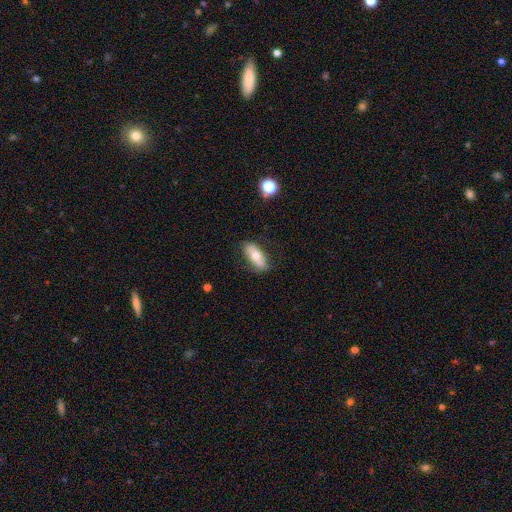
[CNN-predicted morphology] Smooth or featured?
  - smooth: 63% *
  - featured or disk: 30%
  - star or artifact: 7%
How rounded?
  - in between: 80% *
  - cigar-shaped: 17%
  - round: 3%
Merging?
  - none: 79% *
  - minor disturbance: 16%
  - major disturbance: 4%
  - merger: 2%